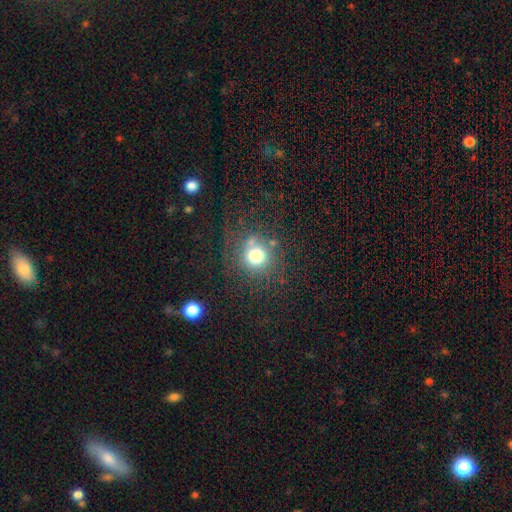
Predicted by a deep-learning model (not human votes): A smooth galaxy with no disk features (67%) that is round (89%).

Vote fractions:
- Smooth or featured? smooth: 67% / star or artifact: 18% / featured or disk: 14%
- How rounded? round: 89% / in between: 10% / cigar-shaped: 1%
- Merging? none: 72% / minor disturbance: 13% / major disturbance: 10% / merger: 5%